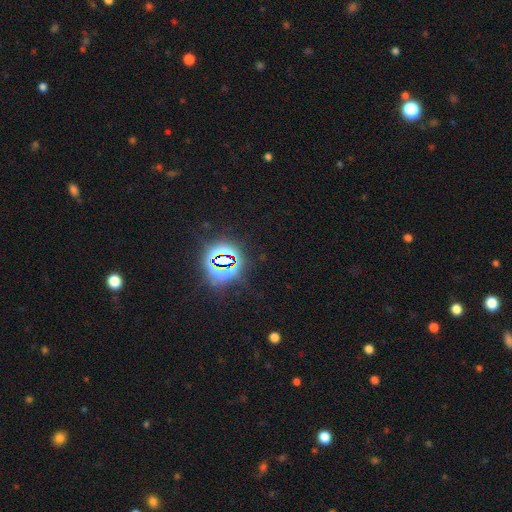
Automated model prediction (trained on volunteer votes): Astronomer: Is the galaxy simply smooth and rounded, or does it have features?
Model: star or artifact — 83%.